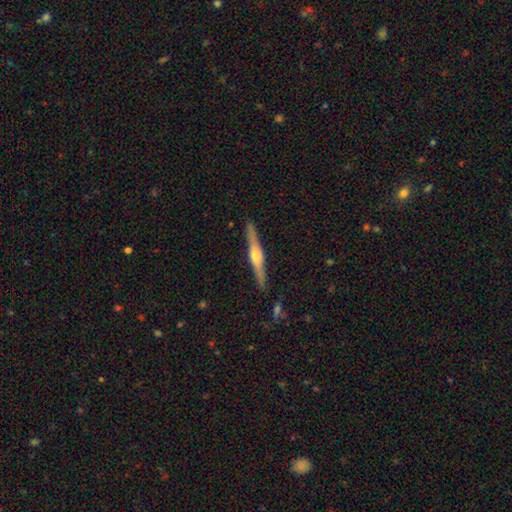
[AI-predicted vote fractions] Q: Smooth or featured?
A: featured or disk (78%); runner-up: smooth (17%)
Q: Edge-on disk?
A: yes (98%); runner-up: no (2%)
Q: Edge-on bulge?
A: rounded (91%); runner-up: boxy (6%)
Q: Merging?
A: none (90%); runner-up: minor disturbance (7%)